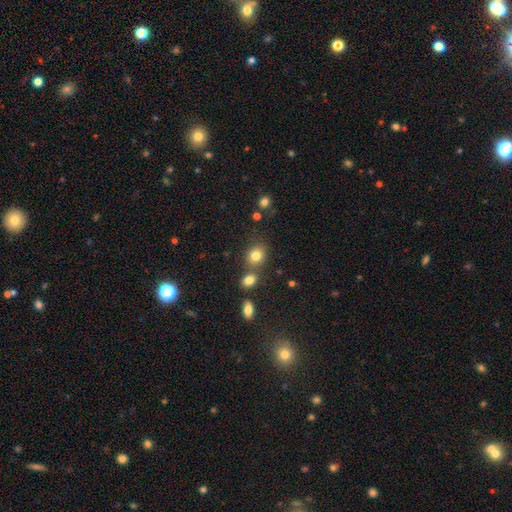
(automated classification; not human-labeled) Q: Smooth or featured?
A: smooth (81%); runner-up: star or artifact (12%)
Q: How rounded?
A: round (65%); runner-up: in between (34%)
Q: Merging?
A: none (64%); runner-up: merger (21%)